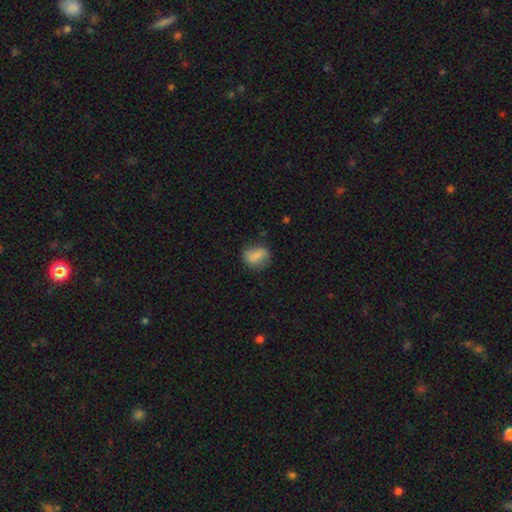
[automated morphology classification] A smooth galaxy with no disk features (71%) that is in between round and cigar-shaped (61%). Merging: none (64%).